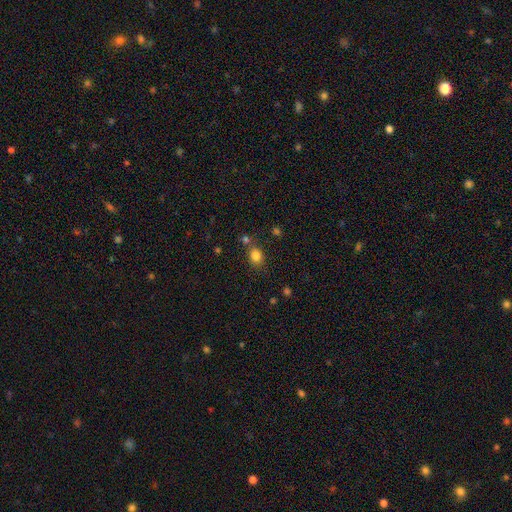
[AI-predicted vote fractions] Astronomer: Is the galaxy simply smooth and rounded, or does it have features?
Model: smooth — 82%.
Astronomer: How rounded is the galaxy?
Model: in between — 53% (runner-up: round, 46%).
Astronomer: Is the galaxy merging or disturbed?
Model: none — 71%.